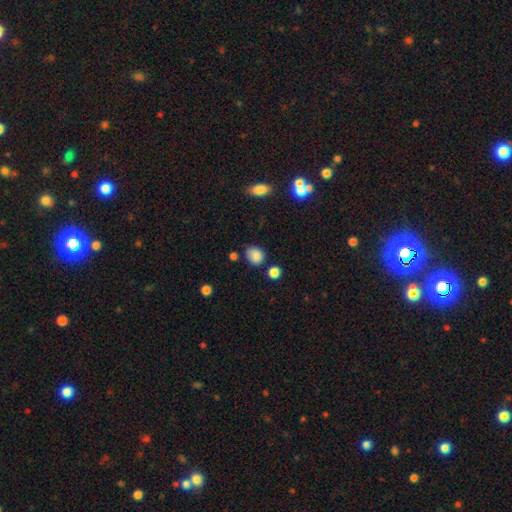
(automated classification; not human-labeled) This is clearly a smooth galaxy (85%). How rounded: possibly round (59%). Merging: likely none (70%).